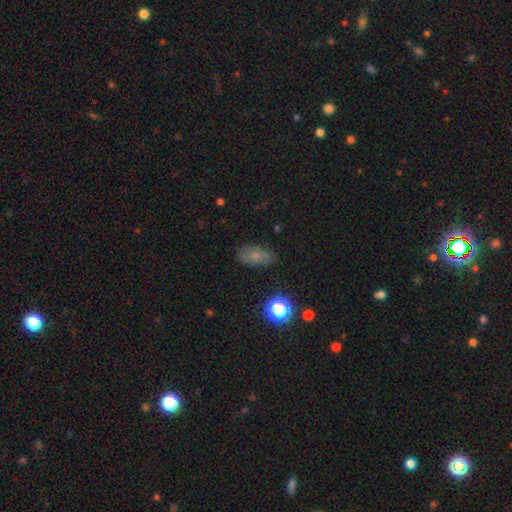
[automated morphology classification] A smooth galaxy with no disk features (65%) that is in between round and cigar-shaped (85%).

Vote fractions:
- Smooth or featured? smooth: 65% / featured or disk: 20% / star or artifact: 15%
- How rounded? in between: 85% / round: 12% / cigar-shaped: 3%
- Merging? none: 72% / minor disturbance: 20% / major disturbance: 6% / merger: 2%